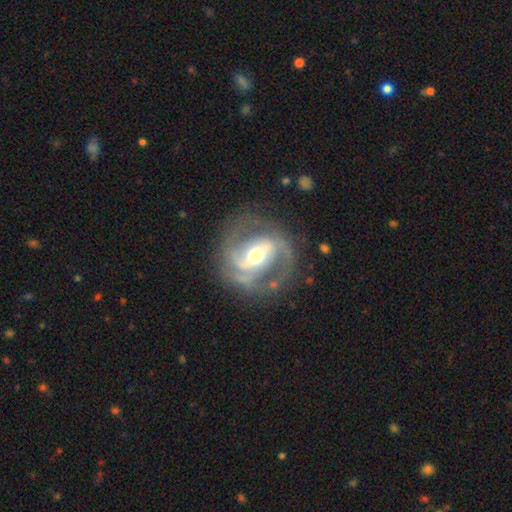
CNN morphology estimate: Smooth or featured?
  - featured or disk: 88% *
  - smooth: 7%
  - star or artifact: 5%
Edge-on disk?
  - no: 97% *
  - yes: 3%
Bar?
  - strong: 52% *
  - weak: 32%
  - no: 16%
Spiral arms?
  - yes: 94% *
  - no: 6%
Spiral winding?
  - medium: 53% *
  - tight: 30%
  - loose: 18%
Spiral arm count?
  - 2: 81% *
  - 3: 8%
  - can't tell: 6%
  - 1: 2%
  - 4: 2%
  - more than 4: 1%
Bulge size?
  - moderate: 65% *
  - small: 22%
  - large: 10%
  - dominant: 1%
  - none: 1%
Merging?
  - none: 75% *
  - minor disturbance: 14%
  - major disturbance: 9%
  - merger: 2%